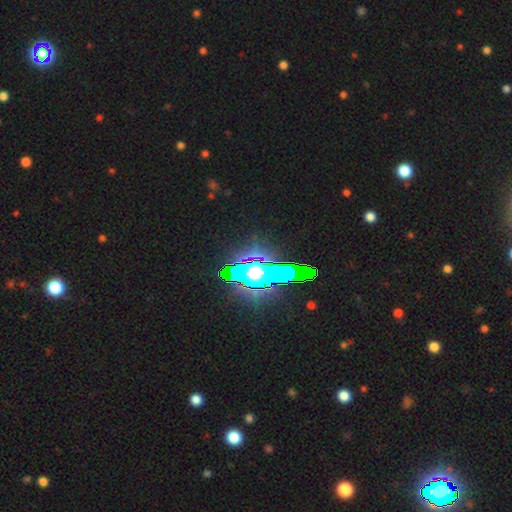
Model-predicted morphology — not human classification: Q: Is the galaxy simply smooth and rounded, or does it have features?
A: star or artifact — 75%.